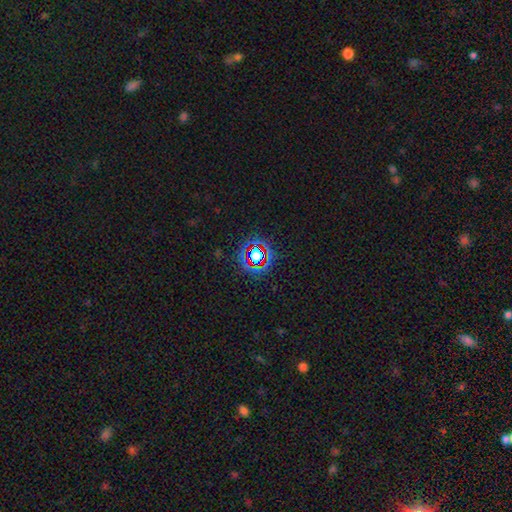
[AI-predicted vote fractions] smooth-or-featured: star or artifact: 71% | smooth: 18% | featured or disk: 11%